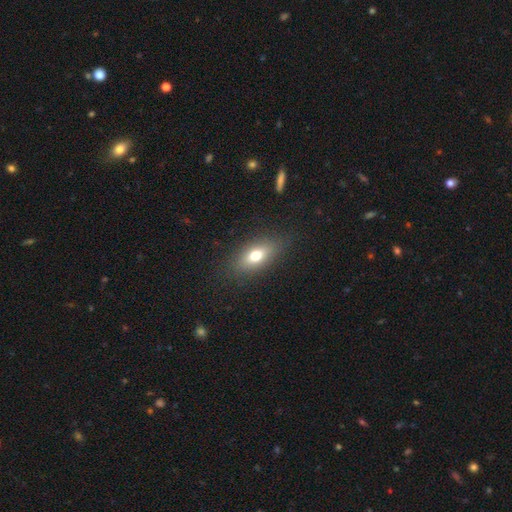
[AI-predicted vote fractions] Smooth or featured?
  - smooth: 71% *
  - featured or disk: 19%
  - star or artifact: 11%
How rounded?
  - in between: 78% *
  - cigar-shaped: 12%
  - round: 10%
Merging?
  - none: 85% *
  - minor disturbance: 10%
  - major disturbance: 4%
  - merger: 1%